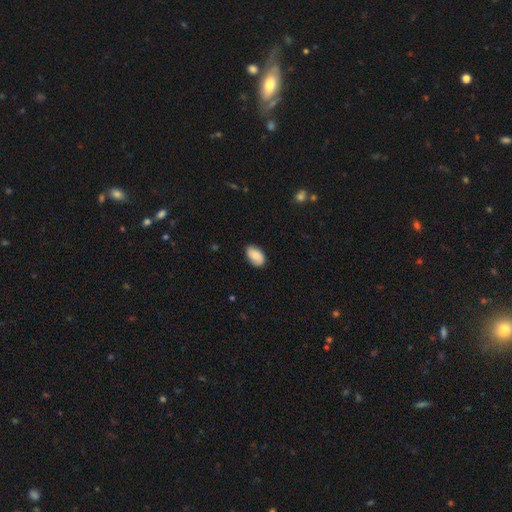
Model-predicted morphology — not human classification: Q: Smooth or featured?
A: smooth (79%); runner-up: featured or disk (15%)
Q: How rounded?
A: in between (92%); runner-up: round (6%)
Q: Merging?
A: none (83%); runner-up: minor disturbance (14%)